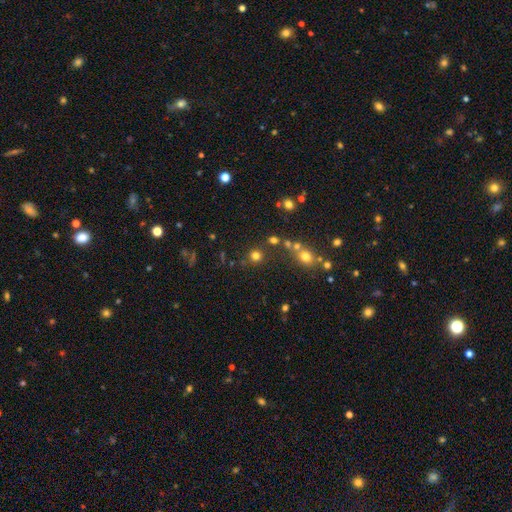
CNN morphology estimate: smooth_or_featured: smooth (p=0.73) [alt: star or artifact p=0.21]
how_rounded: round (p=0.92) [alt: in between p=0.07]
merging: none (p=0.79) [alt: merger p=0.09]